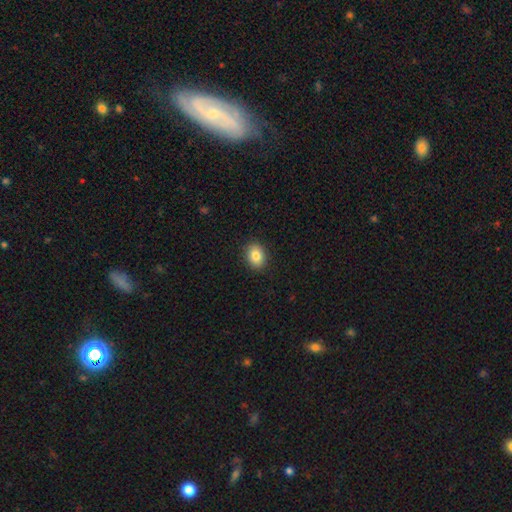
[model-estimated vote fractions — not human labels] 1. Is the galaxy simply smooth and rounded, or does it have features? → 84% smooth, 9% star or artifact, 7% featured or disk.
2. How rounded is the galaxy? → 62% in between, 37% round, 1% cigar-shaped.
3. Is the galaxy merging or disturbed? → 91% none, 7% minor disturbance, 2% major disturbance, 1% merger.